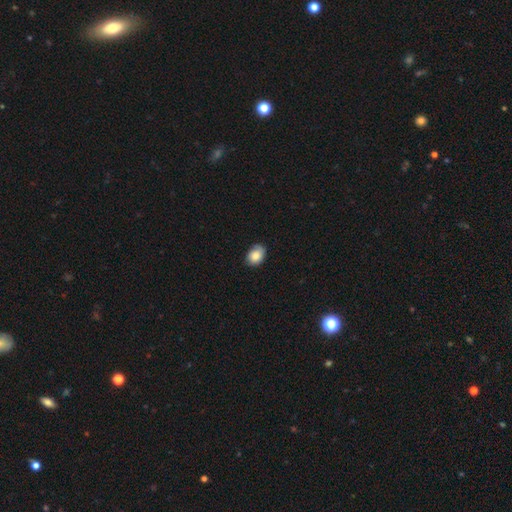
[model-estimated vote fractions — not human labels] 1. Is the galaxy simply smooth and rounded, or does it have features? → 81% smooth, 12% featured or disk, 8% star or artifact.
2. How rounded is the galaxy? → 74% in between, 25% round, 1% cigar-shaped.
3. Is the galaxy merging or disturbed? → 74% none, 21% minor disturbance, 4% major disturbance, 1% merger.